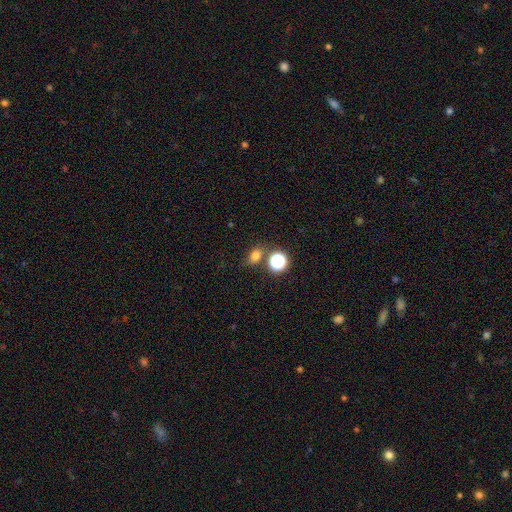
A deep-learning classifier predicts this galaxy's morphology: Q: Smooth or featured?
A: smooth (73%); runner-up: star or artifact (20%)
Q: How rounded?
A: in between (58%); runner-up: round (40%)
Q: Merging?
A: none (71%); runner-up: minor disturbance (13%)